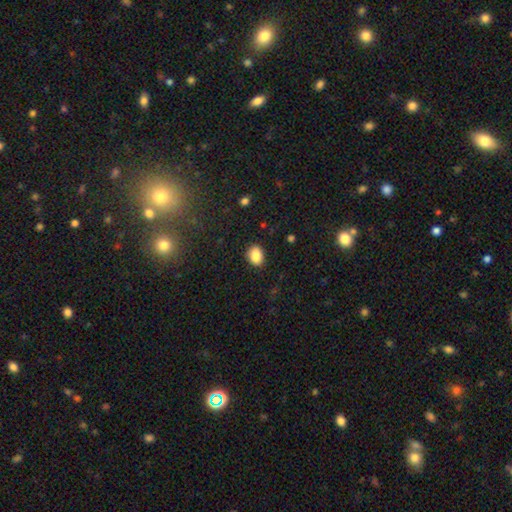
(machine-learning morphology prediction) Overall: smooth (87%). How rounded: in between (72%). Merging: none (87%).